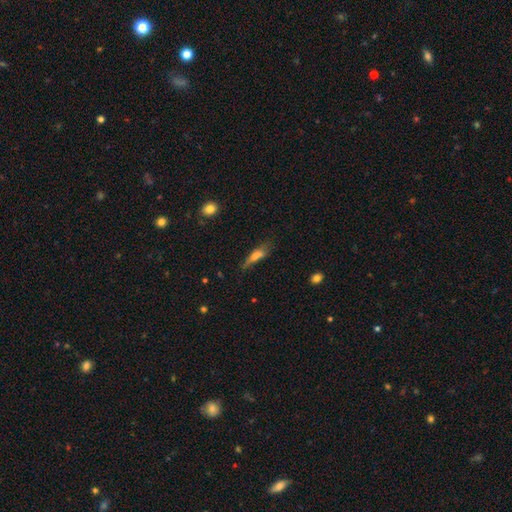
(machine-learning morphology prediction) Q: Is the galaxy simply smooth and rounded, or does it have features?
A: smooth — 55%.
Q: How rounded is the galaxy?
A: cigar-shaped — 66%.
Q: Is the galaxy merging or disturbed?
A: none — 47%.